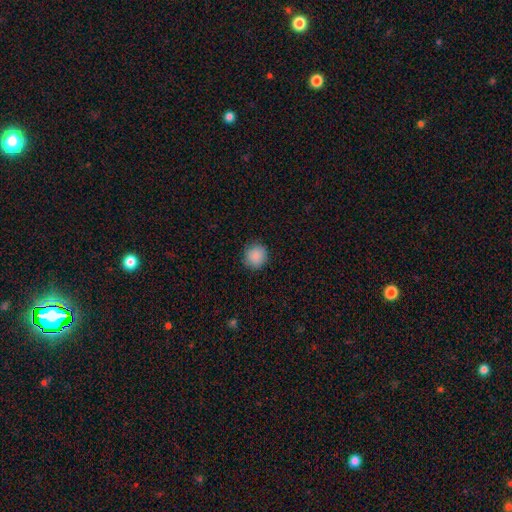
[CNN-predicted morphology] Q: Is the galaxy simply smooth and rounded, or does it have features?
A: smooth — 88%.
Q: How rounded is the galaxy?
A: round — 91%.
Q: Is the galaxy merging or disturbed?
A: none — 89%.